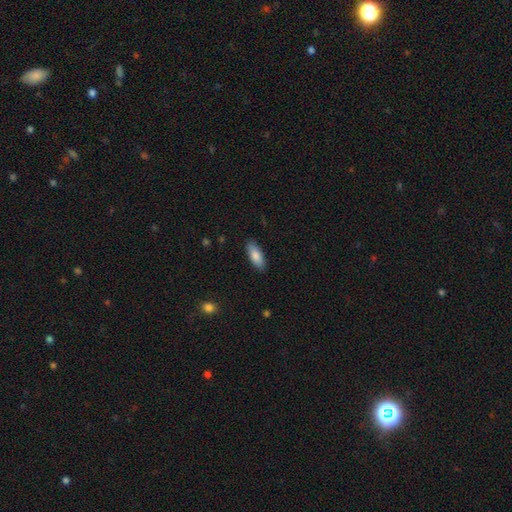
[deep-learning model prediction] A smooth galaxy with no disk features (84%) that is in between round and cigar-shaped (77%). Merging: none (88%).